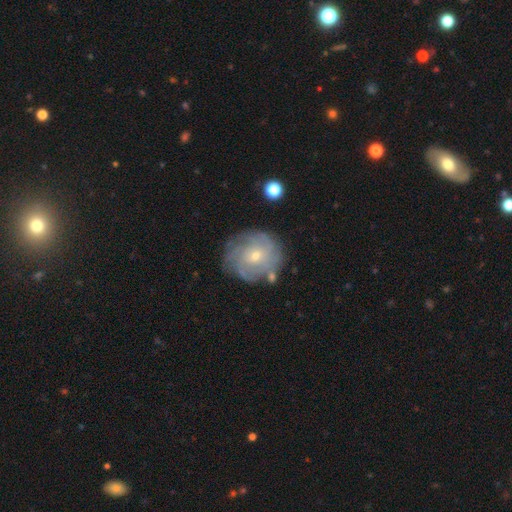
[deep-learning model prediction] smooth-or-featured: featured or disk: 75% | smooth: 18% | star or artifact: 8%
  disk-edge-on: no: 97% | yes: 3%
    bar: no: 73% | weak: 23% | strong: 4%
    has-spiral-arms: yes: 89% | no: 11%
      spiral-winding: tight: 70% | medium: 23% | loose: 8%
      spiral-arm-count: can't tell: 46% | 4: 17% | 3: 14% | 2: 10% | more than 4: 8% | 1: 6%
    bulge-size: small: 67% | moderate: 30% | large: 1% | none: 1% | dominant: 1%
  merging: none: 77% | minor disturbance: 15% | major disturbance: 5% | merger: 3%